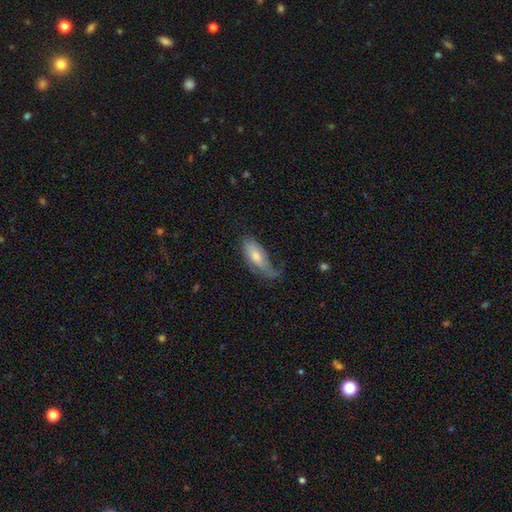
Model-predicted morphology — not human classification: smooth 56%, featured or disk 37%, star or artifact 7%. Down the decision tree: how rounded — in between (75%); merging — none (39%).